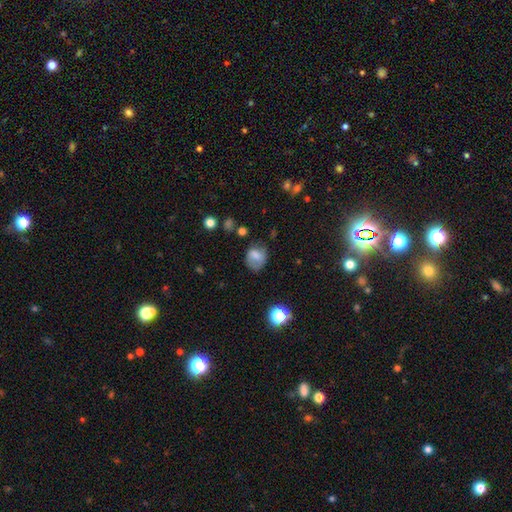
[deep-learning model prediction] This is likely a smooth galaxy (69%). How rounded: possibly in between (52%). Merging: possibly none (55%).